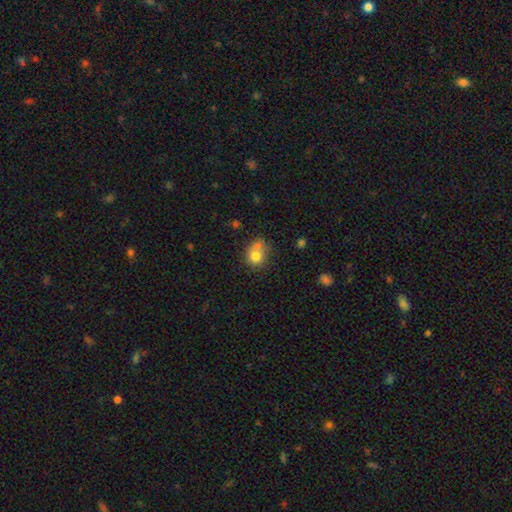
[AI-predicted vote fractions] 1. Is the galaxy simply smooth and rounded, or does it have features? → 77% smooth, 12% featured or disk, 10% star or artifact.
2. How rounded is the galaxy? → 69% round, 30% in between, 1% cigar-shaped.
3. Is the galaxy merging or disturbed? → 43% none, 28% merger, 20% minor disturbance, 9% major disturbance.